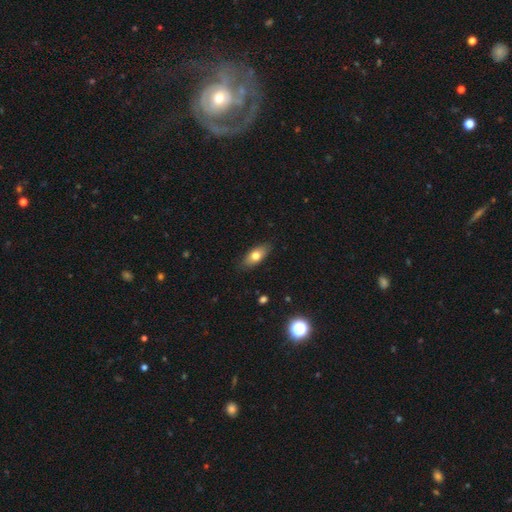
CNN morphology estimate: This is likely a smooth galaxy (71%). How rounded: clearly in between (82%). Merging: clearly none (86%).